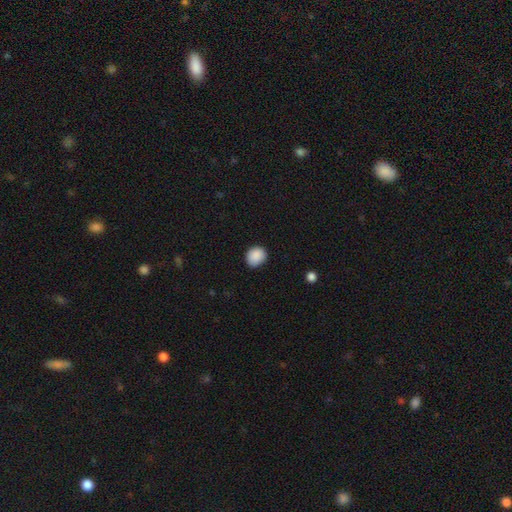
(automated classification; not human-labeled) Smooth or featured: smooth — 89% (star or artifact — 8%)
How rounded: round — 69% (in between — 30%)
Merging: none — 79% (minor disturbance — 17%)